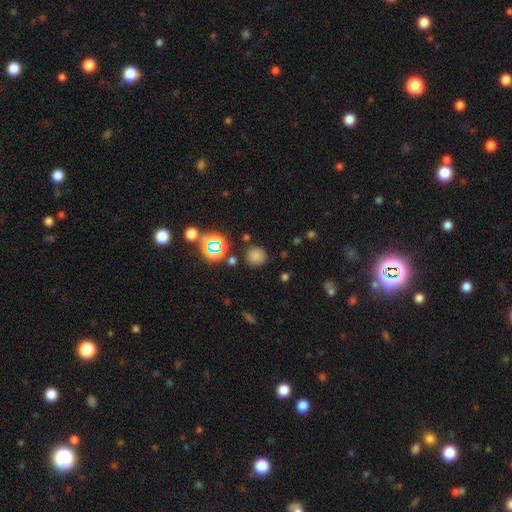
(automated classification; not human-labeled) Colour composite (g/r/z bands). It shows a smooth galaxy with no disk features (72%) that is round (91%). Merging: none (82%).